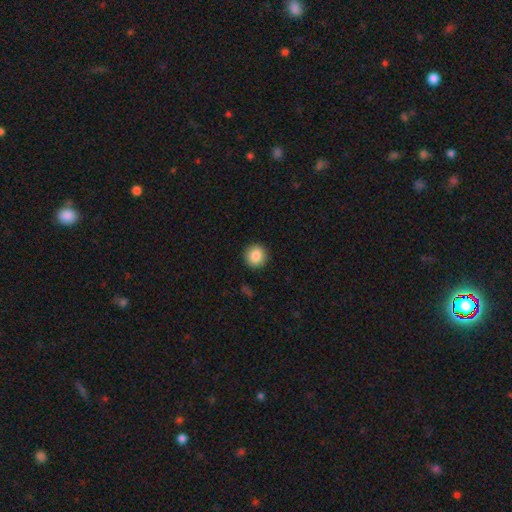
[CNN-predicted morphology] This appears to be a smooth galaxy with no disk features (87%) that is round (94%). Merging: none (92%).